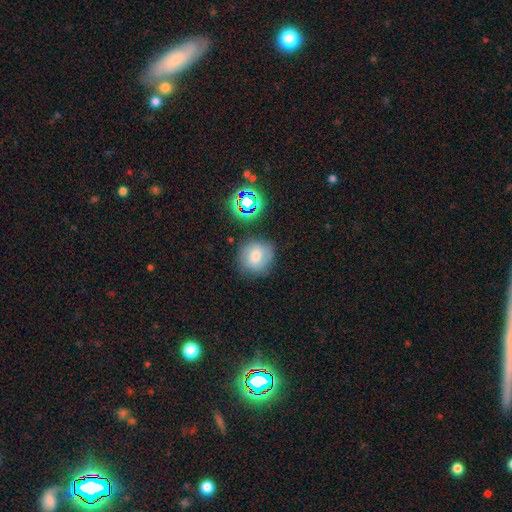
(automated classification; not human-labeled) Overall: smooth (67%). How rounded: round (88%). Merging: none (76%).